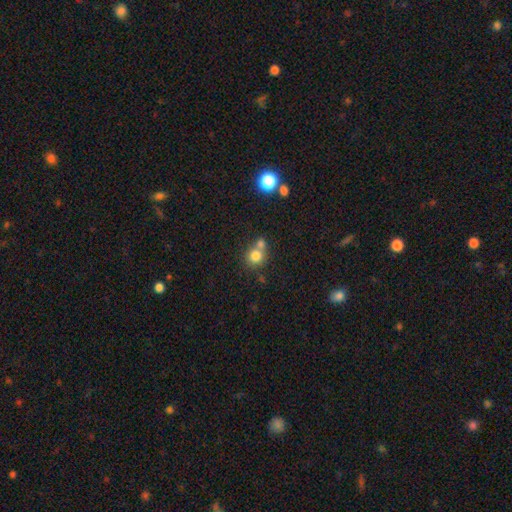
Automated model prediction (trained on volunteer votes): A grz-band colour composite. It shows a smooth galaxy with no disk features (79%) that is round (86%). Merging: none (46%).